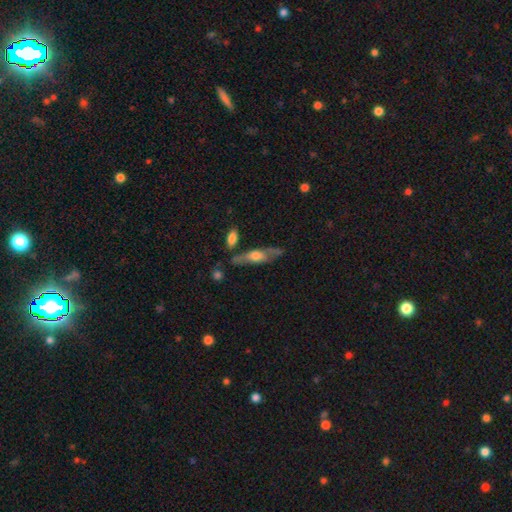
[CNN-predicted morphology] The model was most divided on "smooth or featured": featured or disk: 54%, smooth: 40%, star or artifact: 6%. More confident: edge-on disk — yes (72%); merging — none (63%).